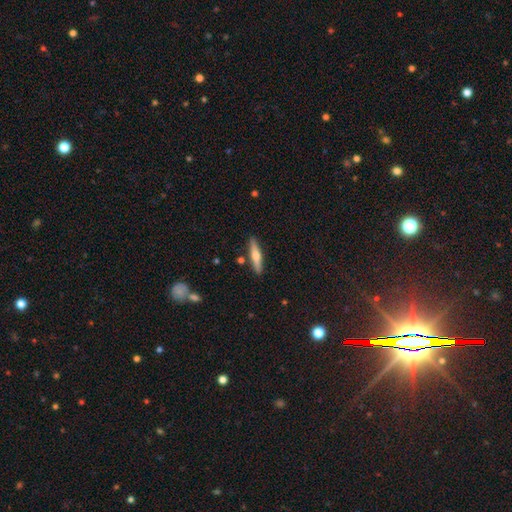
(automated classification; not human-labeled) Overall: smooth (48%; featured or disk 46%). Merging: none (87%).